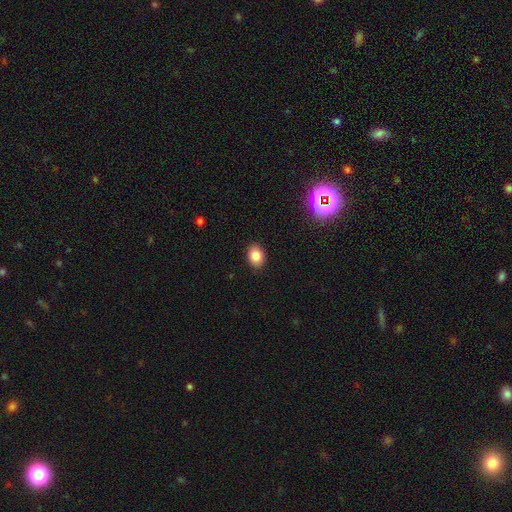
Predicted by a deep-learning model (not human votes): smooth 84%, star or artifact 10%, featured or disk 6%. Down the decision tree: how rounded — in between (67%); merging — none (89%).